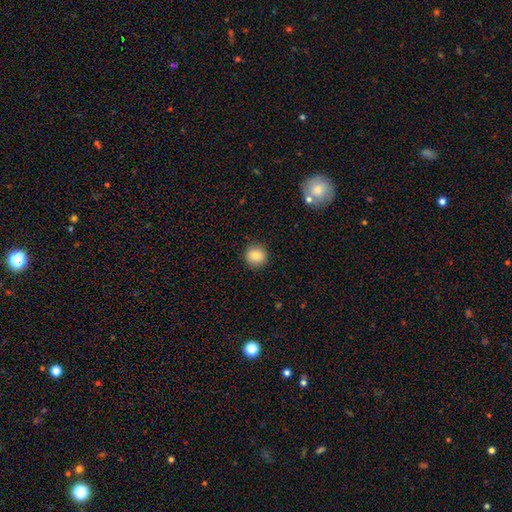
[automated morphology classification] Overall: smooth (84%). How rounded: round (89%). Merging: none (90%).